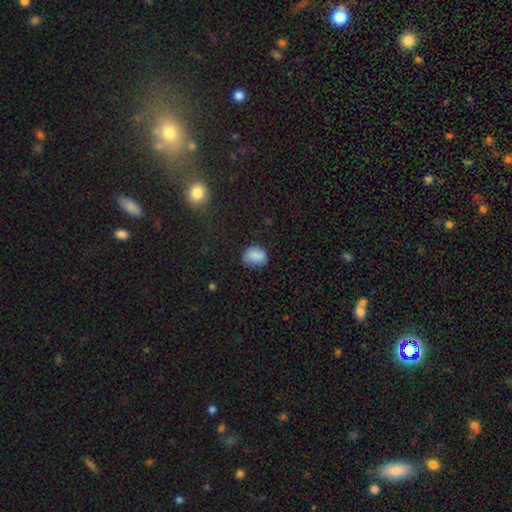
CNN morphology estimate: The model was most divided on "how rounded": in between: 61%, round: 38%, cigar-shaped: 1%. More confident: smooth or featured — smooth (84%); merging — none (63%).